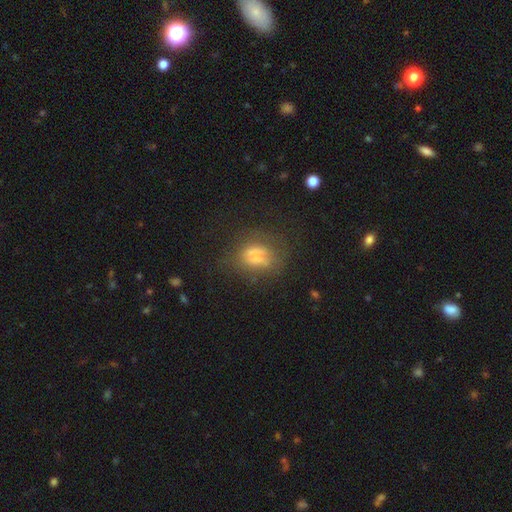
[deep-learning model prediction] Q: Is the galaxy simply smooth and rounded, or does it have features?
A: smooth — 54%.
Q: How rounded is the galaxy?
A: in between — 60%.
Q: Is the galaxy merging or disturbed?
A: none — 48%.